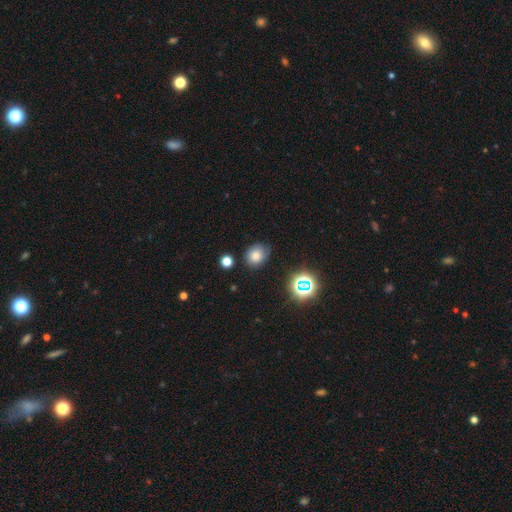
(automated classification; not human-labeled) This appears to be a smooth galaxy with no disk features (75%) that is round (58%). Merging: none (73%).